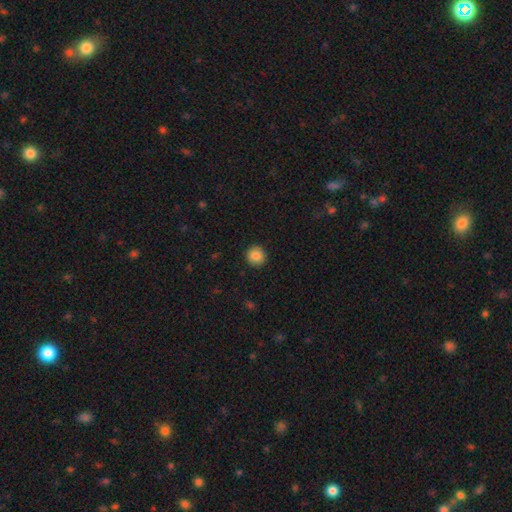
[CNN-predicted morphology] A smooth galaxy with no disk features (87%) that is round (93%). Merging: none (92%).